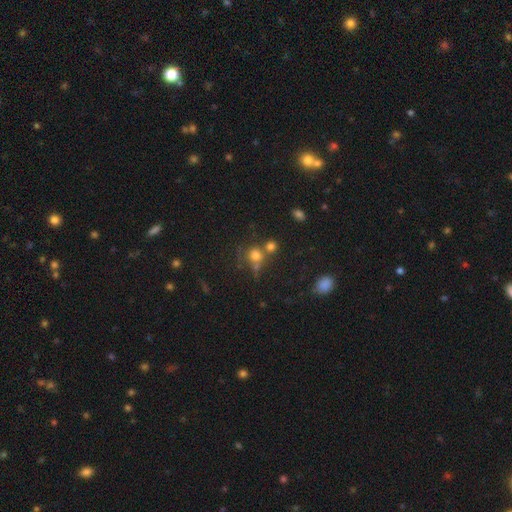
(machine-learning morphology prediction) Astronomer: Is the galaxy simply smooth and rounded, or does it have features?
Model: smooth — 71%.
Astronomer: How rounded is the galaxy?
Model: round — 87%.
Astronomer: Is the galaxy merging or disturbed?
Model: none — 50% (runner-up: merger, 32%).